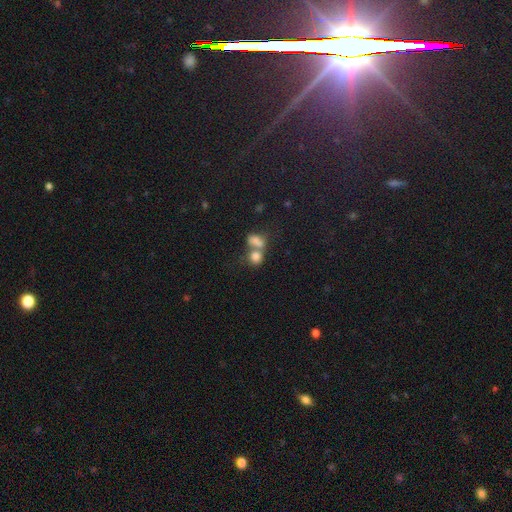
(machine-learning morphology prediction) Smooth or featured? smooth (78%)
How rounded? round (53%)
Merging? merger (59%)